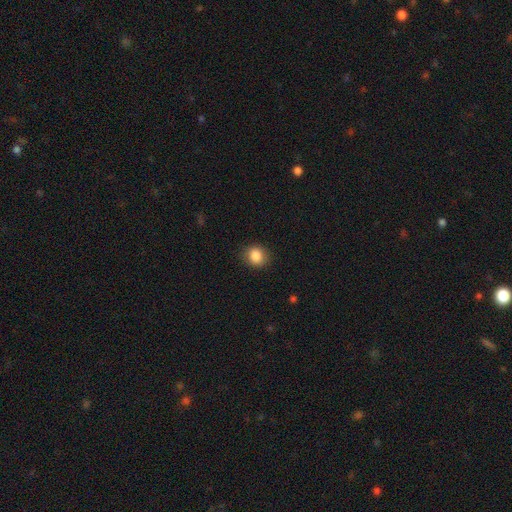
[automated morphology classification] This appears to be a smooth galaxy with no disk features (86%) that is round (71%). Merging: none (86%).